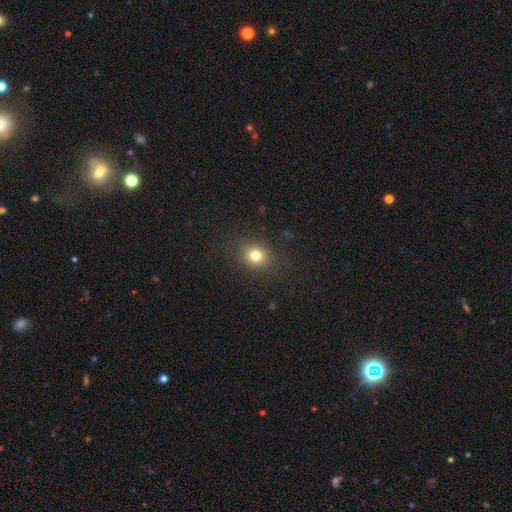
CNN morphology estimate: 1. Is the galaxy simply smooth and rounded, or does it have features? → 79% smooth, 13% star or artifact, 8% featured or disk.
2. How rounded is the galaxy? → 59% round, 40% in between, 1% cigar-shaped.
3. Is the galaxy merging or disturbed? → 87% none, 8% minor disturbance, 4% major disturbance, 1% merger.